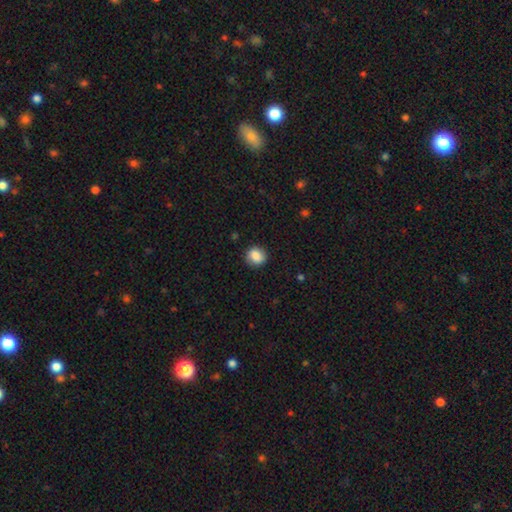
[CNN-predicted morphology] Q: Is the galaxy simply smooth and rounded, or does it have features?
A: smooth — 84%.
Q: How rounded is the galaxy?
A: round — 79%.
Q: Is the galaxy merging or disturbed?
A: none — 87%.